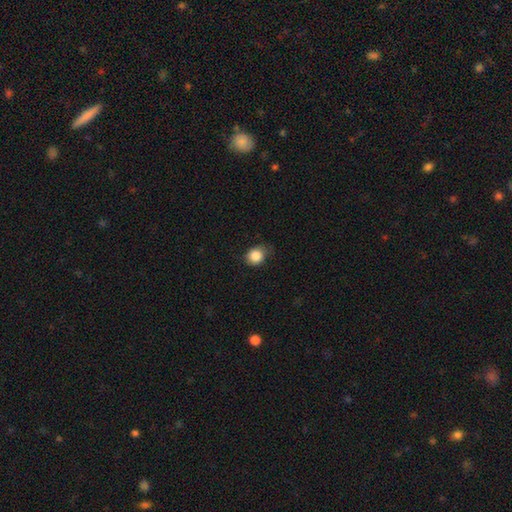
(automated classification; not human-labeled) This is clearly a smooth galaxy (85%). How rounded: likely round (69%). Merging: likely none (69%).